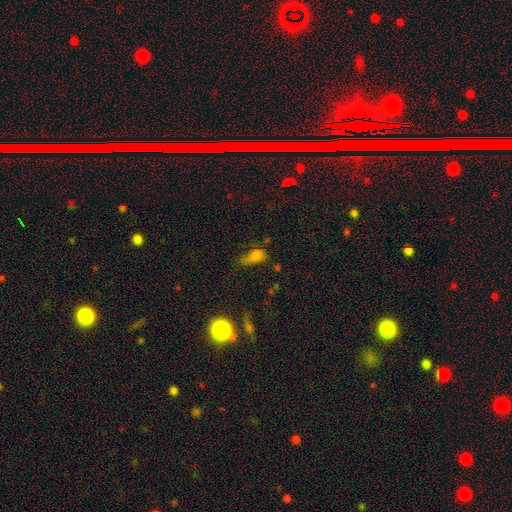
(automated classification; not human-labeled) Morphology: type=smooth (68%); roundness=in between (75%); merging=none (37%).